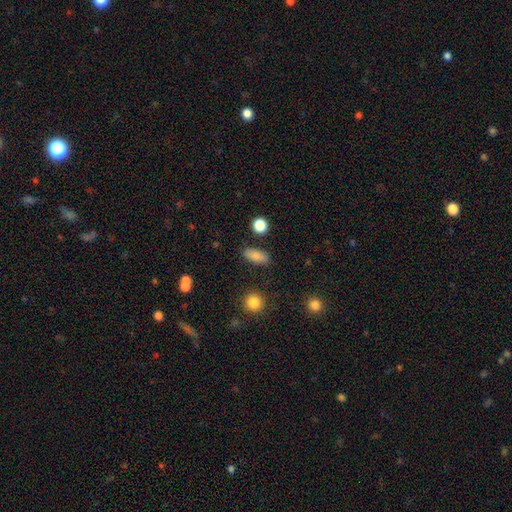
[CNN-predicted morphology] Smooth or featured? Predicted: smooth (p=0.83). How rounded? Predicted: in between (p=0.79). Merging? Predicted: none (p=0.85).